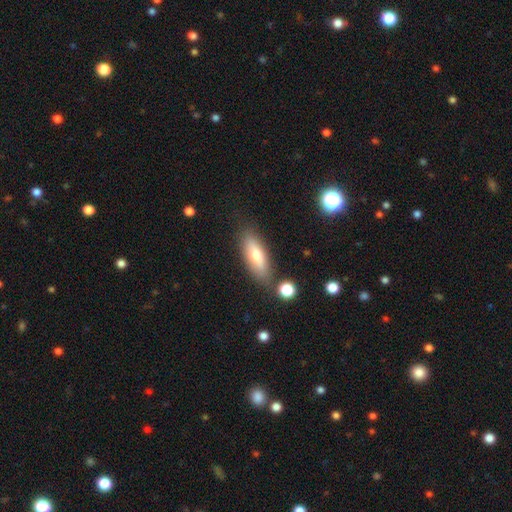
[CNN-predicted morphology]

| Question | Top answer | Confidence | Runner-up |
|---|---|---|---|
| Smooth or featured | smooth | 64% | featured or disk (29%) |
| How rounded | in between | 57% | cigar-shaped (41%) |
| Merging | none | 79% | minor disturbance (13%) |